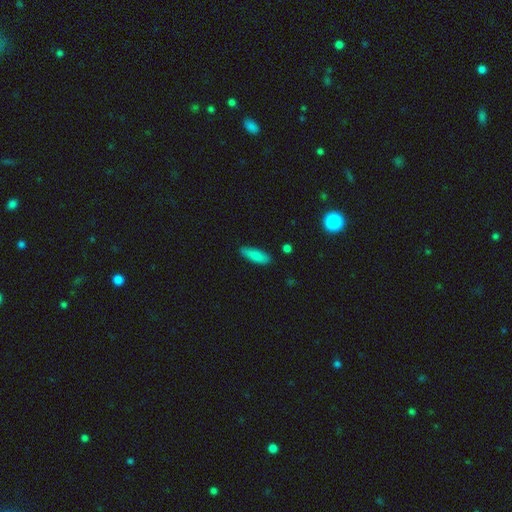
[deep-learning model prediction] This is clearly a smooth galaxy (85%). How rounded: possibly in between (51%). Merging: clearly none (83%).